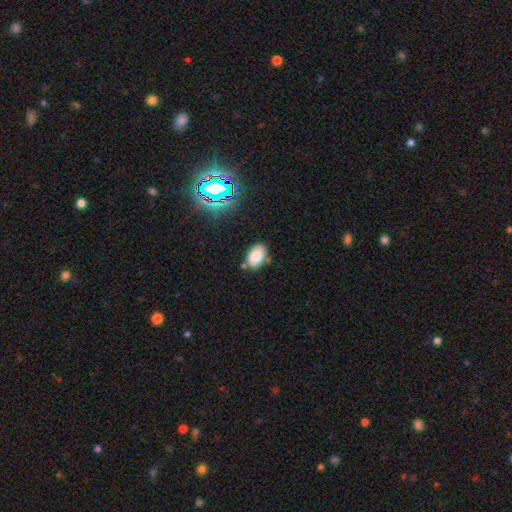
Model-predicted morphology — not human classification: This is likely a smooth galaxy (78%). How rounded: clearly in between (90%). Merging: likely none (75%).